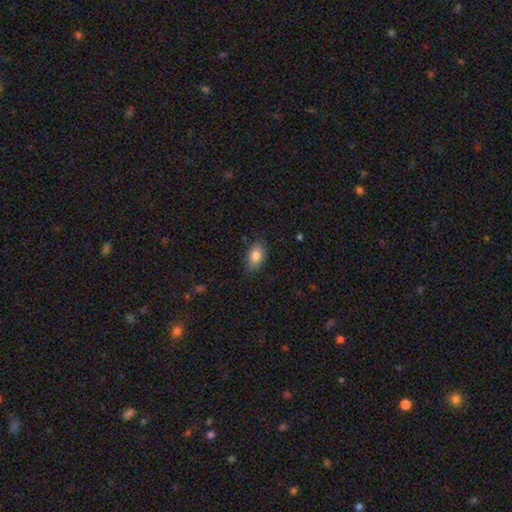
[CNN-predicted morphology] Smooth or featured? smooth (84%)
How rounded? in between (87%)
Merging? none (81%)